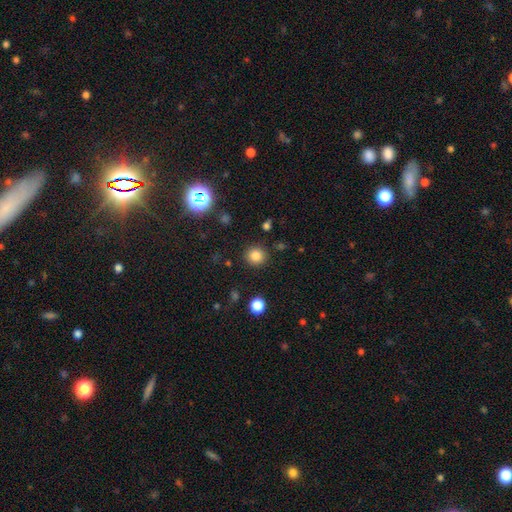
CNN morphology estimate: Smooth or featured: smooth — 82% (star or artifact — 13%)
How rounded: round — 91% (in between — 8%)
Merging: none — 89% (minor disturbance — 6%)